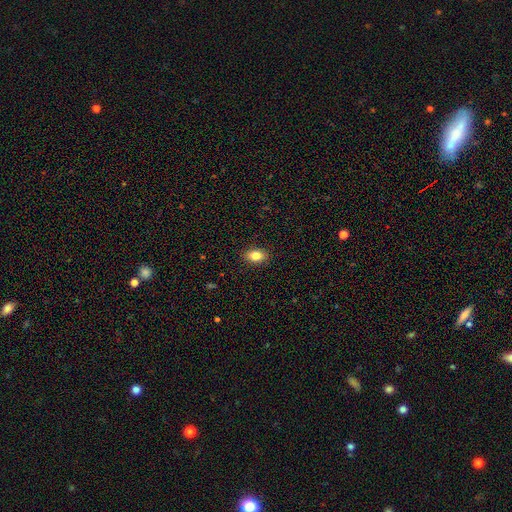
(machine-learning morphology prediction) Smooth or featured: smooth — 82% (featured or disk — 9%)
How rounded: in between — 83% (round — 15%)
Merging: none — 89% (minor disturbance — 8%)